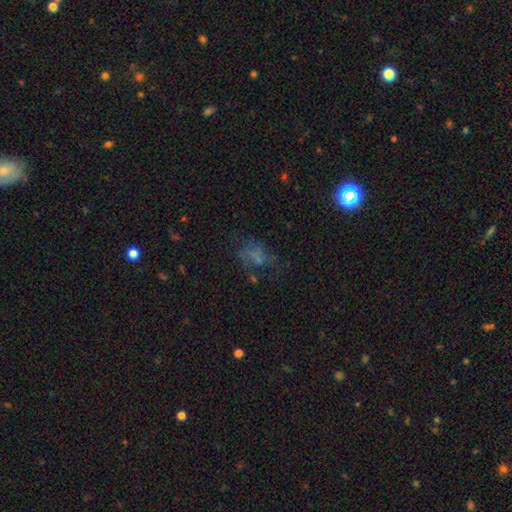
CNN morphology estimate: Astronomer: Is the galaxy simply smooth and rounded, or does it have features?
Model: smooth — 47% (runner-up: featured or disk, 28%).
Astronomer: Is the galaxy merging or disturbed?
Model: none — 43% (runner-up: major disturbance, 30%).